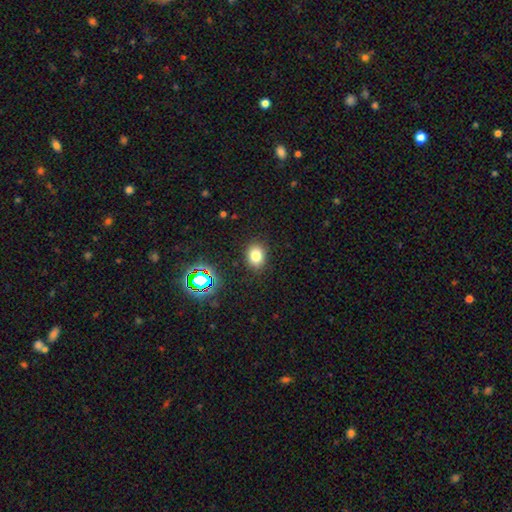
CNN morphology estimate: Smooth or featured?
  - smooth: 78% *
  - star or artifact: 15%
  - featured or disk: 8%
How rounded?
  - in between: 57% *
  - round: 42%
  - cigar-shaped: 1%
Merging?
  - none: 86% *
  - minor disturbance: 9%
  - major disturbance: 3%
  - merger: 1%